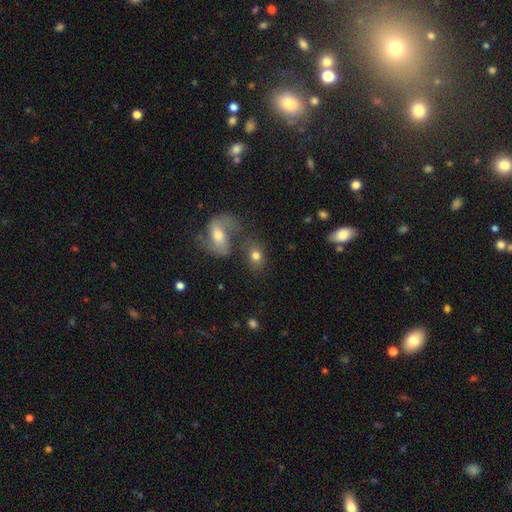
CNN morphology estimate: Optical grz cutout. It shows a smooth galaxy with no disk features (71%) that is in between round and cigar-shaped (65%). Merging: none (46%).